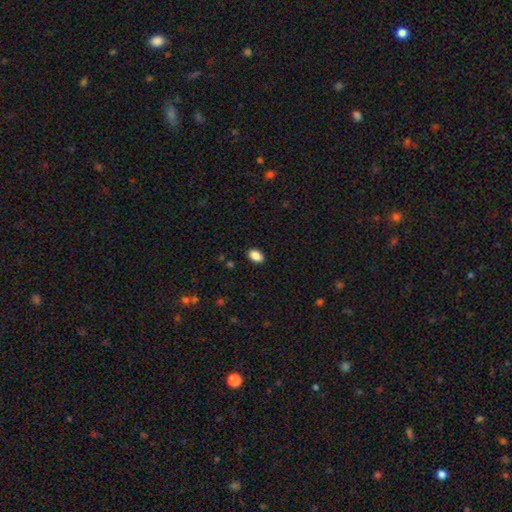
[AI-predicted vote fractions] A smooth galaxy with no disk features (88%) that is in between round and cigar-shaped (91%). Merging: none (89%).